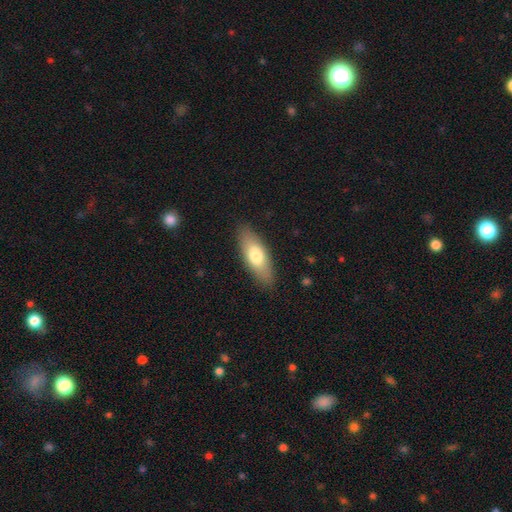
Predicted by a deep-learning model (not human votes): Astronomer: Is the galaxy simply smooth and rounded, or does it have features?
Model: smooth — 72%.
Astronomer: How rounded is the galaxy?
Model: in between — 72%.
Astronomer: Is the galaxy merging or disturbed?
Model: none — 87%.